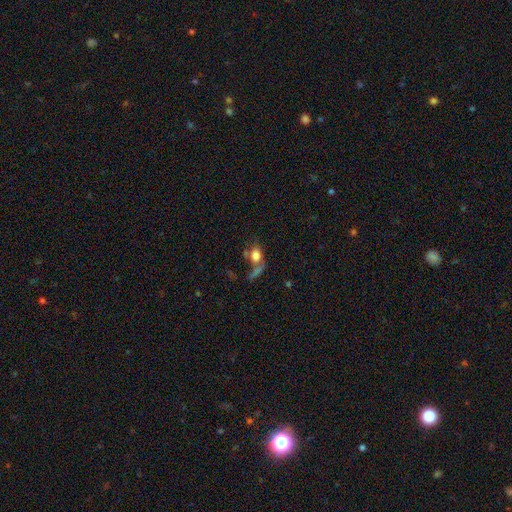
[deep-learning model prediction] smooth-or-featured: smooth: 68% | featured or disk: 20% | star or artifact: 13%
  how-rounded: in between: 53% | round: 44% | cigar-shaped: 3%
  merging: none: 33% | merger: 29% | major disturbance: 23% | minor disturbance: 15%